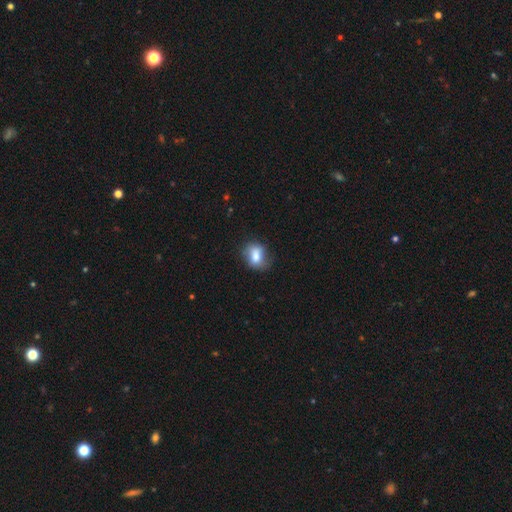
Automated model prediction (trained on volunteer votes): Overall: smooth (75%). How rounded: in between (63%; round 35%). Merging: none (63%; minor disturbance 26%).